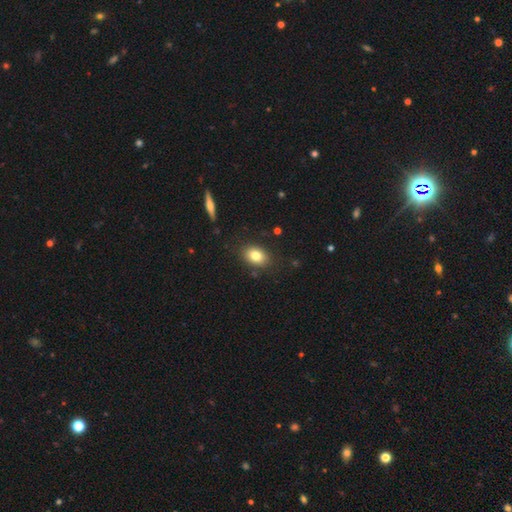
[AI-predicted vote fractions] Smooth or featured? Predicted: smooth (p=0.81). How rounded? Predicted: in between (p=0.75). Merging? Predicted: none (p=0.85).